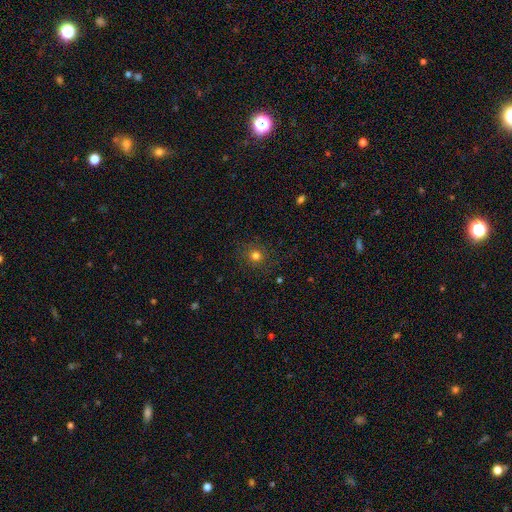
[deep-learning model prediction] This is likely a smooth galaxy (75%). How rounded: clearly round (91%). Merging: clearly none (85%).